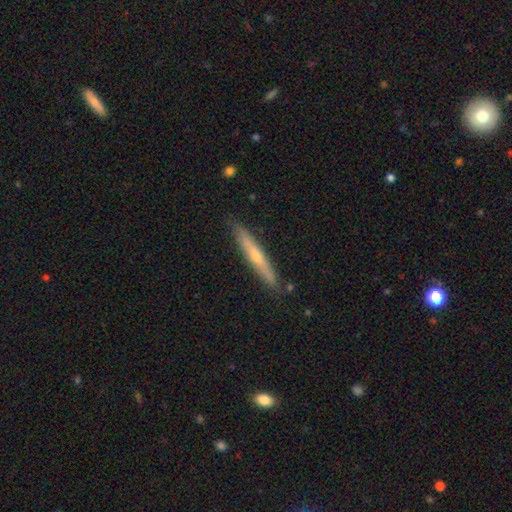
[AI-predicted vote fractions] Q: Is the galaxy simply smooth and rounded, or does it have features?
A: featured or disk — 54%.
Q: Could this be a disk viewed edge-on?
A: yes — 93%.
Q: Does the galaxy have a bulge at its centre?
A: rounded — 73%.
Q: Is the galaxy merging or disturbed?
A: none — 87%.